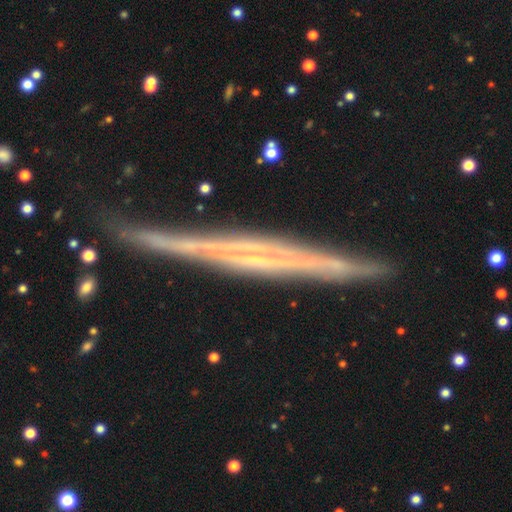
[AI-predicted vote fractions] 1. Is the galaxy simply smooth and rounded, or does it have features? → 79% featured or disk, 12% smooth, 9% star or artifact.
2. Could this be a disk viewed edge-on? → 96% yes, 4% no.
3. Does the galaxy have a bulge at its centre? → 60% none, 23% rounded, 18% boxy.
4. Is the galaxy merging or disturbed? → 84% none, 12% minor disturbance, 2% major disturbance, 2% merger.